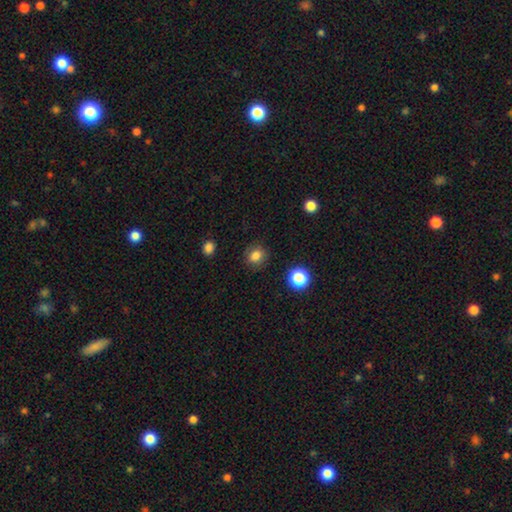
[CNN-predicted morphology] Smooth or featured: smooth — 82% (star or artifact — 12%)
How rounded: round — 74% (in between — 25%)
Merging: none — 87% (minor disturbance — 9%)